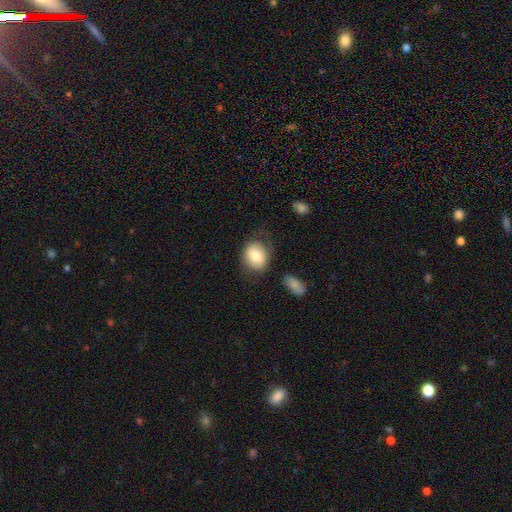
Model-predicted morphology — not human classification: Q: Smooth or featured?
A: smooth (78%); runner-up: featured or disk (15%)
Q: How rounded?
A: round (52%); runner-up: in between (47%)
Q: Merging?
A: none (65%); runner-up: minor disturbance (20%)